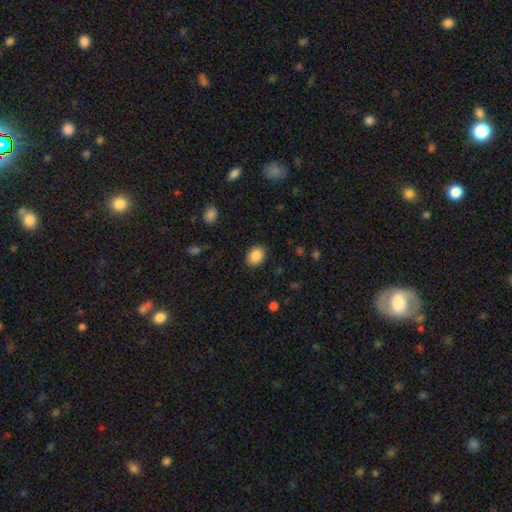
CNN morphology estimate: Smooth or featured? smooth (88%)
How rounded? in between (54%)
Merging? none (88%)